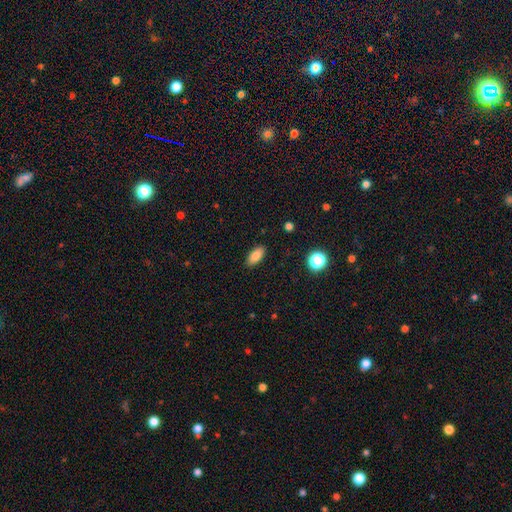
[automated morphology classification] Overall: smooth (85%). How rounded: in between (88%). Merging: none (88%).